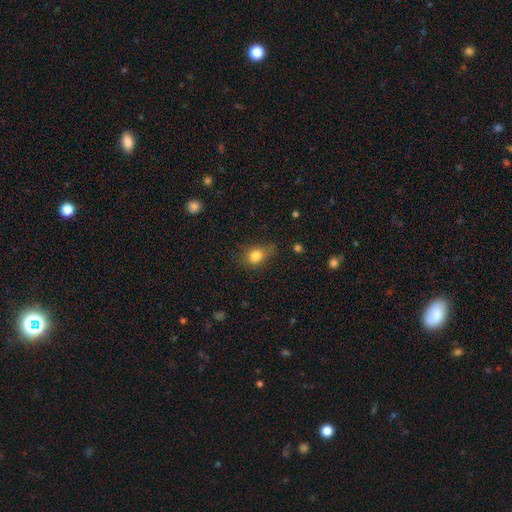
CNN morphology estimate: Smooth or featured: smooth — 82% (star or artifact — 10%)
How rounded: in between — 56% (round — 42%)
Merging: none — 58% (minor disturbance — 31%)